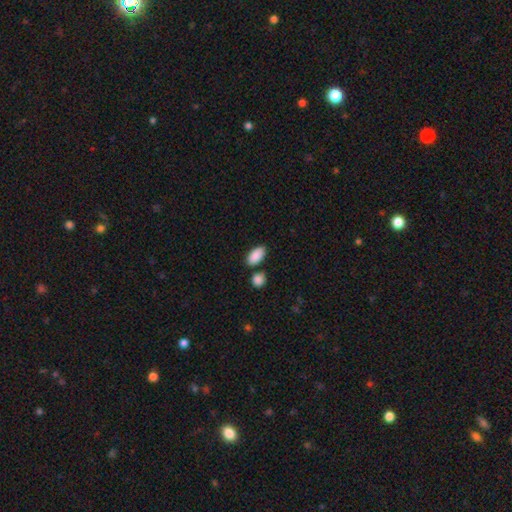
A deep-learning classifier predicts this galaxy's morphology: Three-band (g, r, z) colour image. It shows a smooth galaxy with no disk features (89%) that is in between round and cigar-shaped (92%). Merging: none (74%).